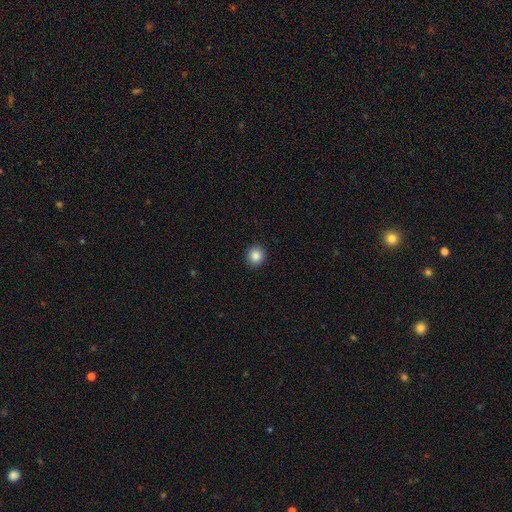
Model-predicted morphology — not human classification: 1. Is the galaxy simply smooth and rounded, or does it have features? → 86% smooth, 10% star or artifact, 4% featured or disk.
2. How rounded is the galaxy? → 92% round, 7% in between, 1% cigar-shaped.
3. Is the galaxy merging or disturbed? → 93% none, 5% minor disturbance, 2% major disturbance, 1% merger.